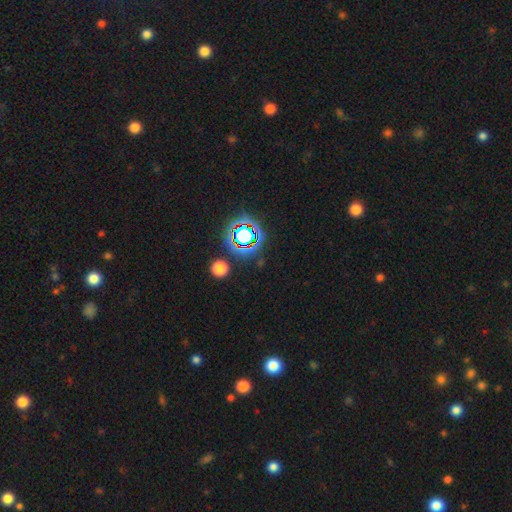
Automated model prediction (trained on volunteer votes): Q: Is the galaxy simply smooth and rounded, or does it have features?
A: star or artifact — 77%.